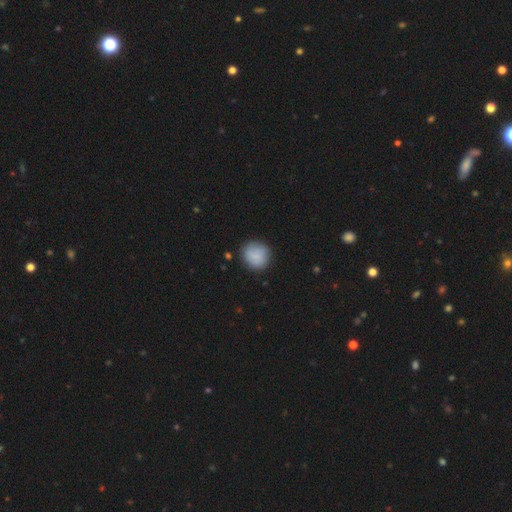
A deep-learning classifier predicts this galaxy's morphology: A smooth galaxy with no disk features (84%) that is round (89%). Merging: none (82%).